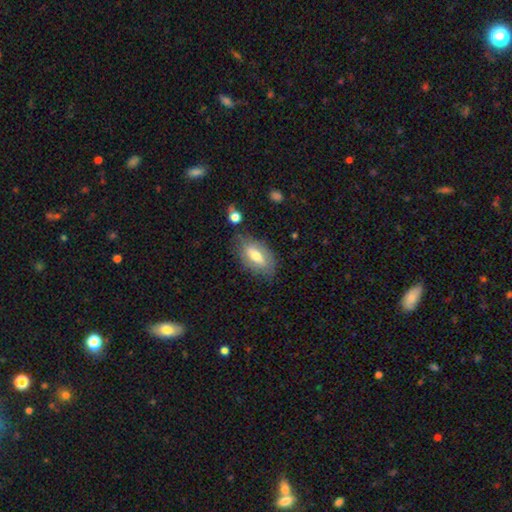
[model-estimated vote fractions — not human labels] A smooth galaxy with no disk features (59%) that is in between round and cigar-shaped (86%). Merging: none (70%).